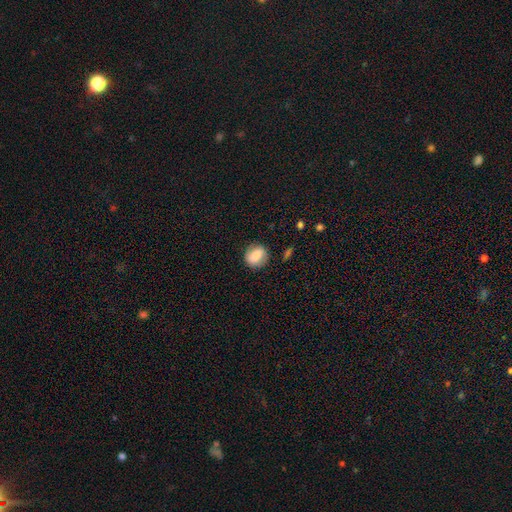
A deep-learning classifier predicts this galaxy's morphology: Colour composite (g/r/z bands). It shows a smooth galaxy with no disk features (72%) that is round (70%). Merging: none (82%).